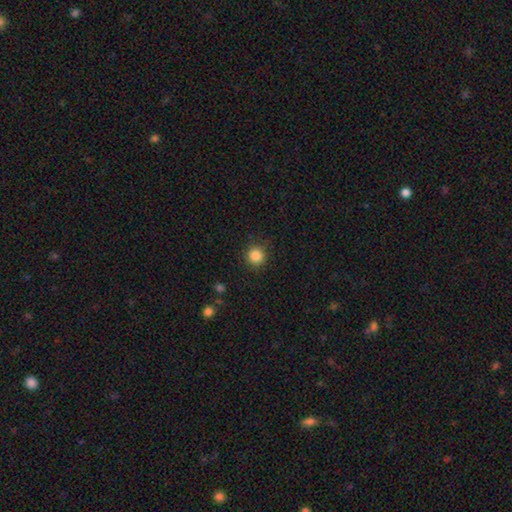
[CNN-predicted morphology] smooth_or_featured: smooth (p=0.85) [alt: star or artifact p=0.11]
how_rounded: round (p=0.94) [alt: in between p=0.05]
merging: none (p=0.89) [alt: minor disturbance p=0.08]